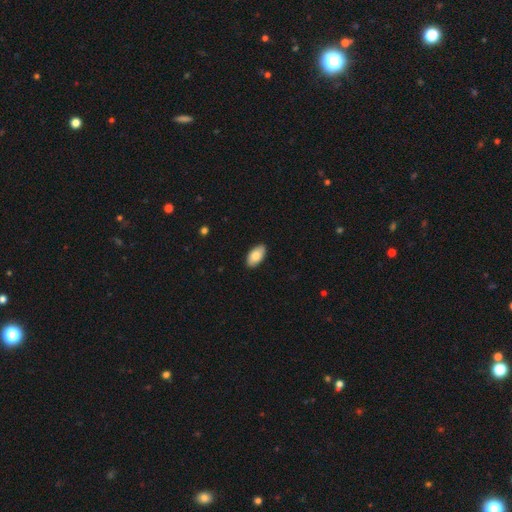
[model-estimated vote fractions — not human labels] This is clearly a smooth galaxy (84%). How rounded: clearly in between (95%). Merging: clearly none (89%).